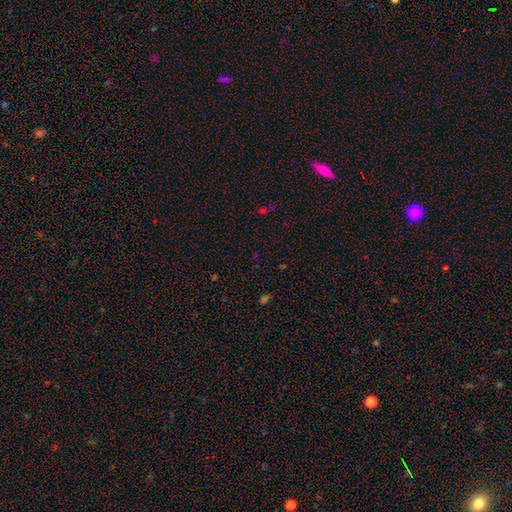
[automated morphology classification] Q: Smooth or featured?
A: star or artifact (59%); runner-up: smooth (33%)